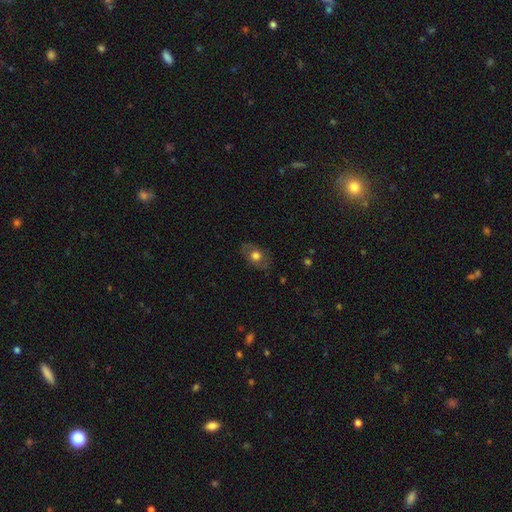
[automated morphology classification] Overall: smooth (61%; featured or disk 30%). How rounded: in between (73%). Merging: none (80%).